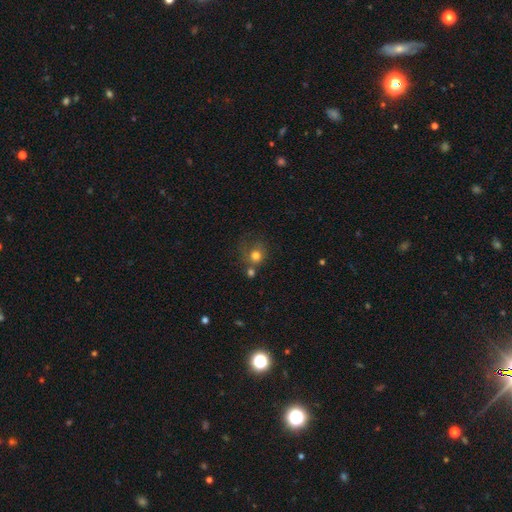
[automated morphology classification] The model was most divided on "merging": none: 47%, merger: 20%, minor disturbance: 18%, major disturbance: 15%. More confident: how rounded — round (83%); smooth or featured — smooth (75%).